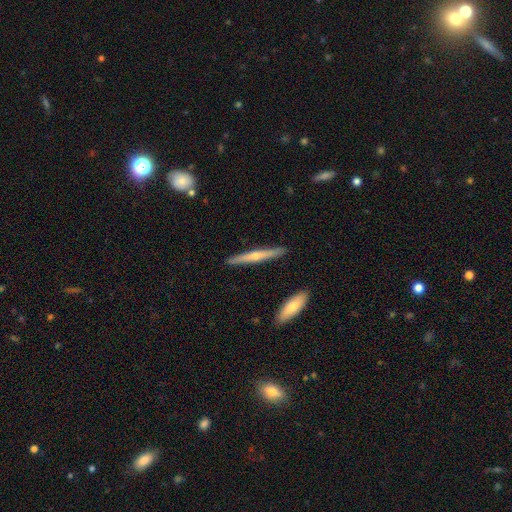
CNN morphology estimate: The model was most divided on "smooth or featured": featured or disk: 66%, smooth: 25%, star or artifact: 9%. More confident: edge-on disk — yes (96%); merging — none (88%); edge-on bulge — rounded (86%).